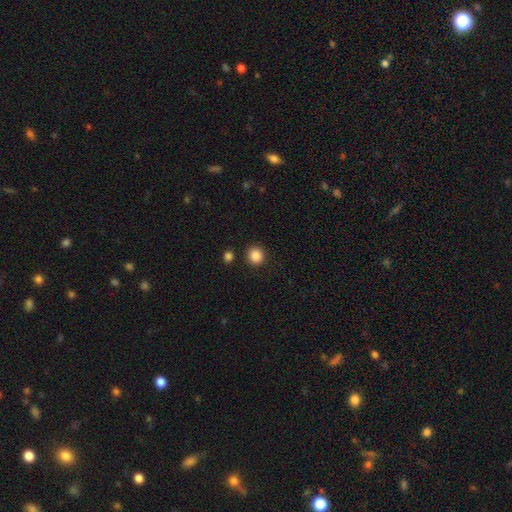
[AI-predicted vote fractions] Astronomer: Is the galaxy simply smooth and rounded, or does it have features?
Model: smooth — 87%.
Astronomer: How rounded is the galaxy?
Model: round — 88%.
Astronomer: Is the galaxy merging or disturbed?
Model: none — 89%.